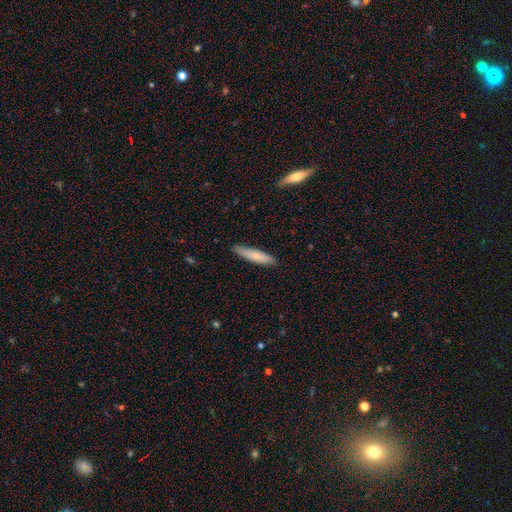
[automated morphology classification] smooth-or-featured: smooth: 74% | featured or disk: 20% | star or artifact: 6%
  how-rounded: cigar-shaped: 84% | in between: 15% | round: 1%
  merging: none: 87% | minor disturbance: 10% | major disturbance: 2% | merger: 1%